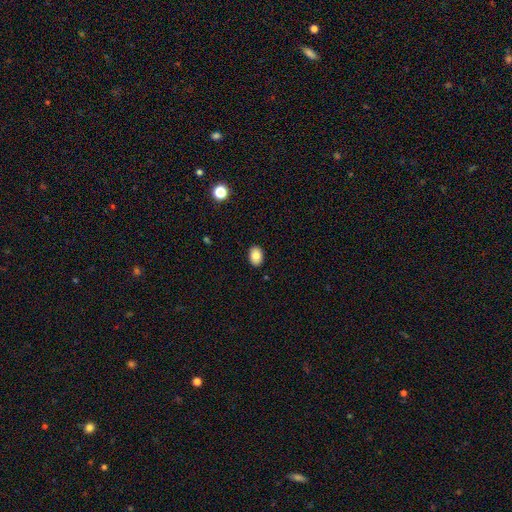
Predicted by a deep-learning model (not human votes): A smooth galaxy with no disk features (85%) that is in between round and cigar-shaped (80%).

Vote fractions:
- Smooth or featured? smooth: 85% / star or artifact: 8% / featured or disk: 7%
- How rounded? in between: 80% / round: 19% / cigar-shaped: 1%
- Merging? none: 89% / minor disturbance: 8% / major disturbance: 2% / merger: 1%